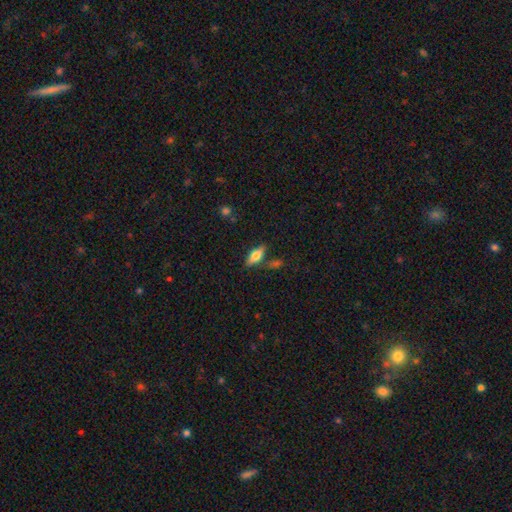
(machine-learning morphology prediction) A smooth galaxy with no disk features (57%) that is in between round and cigar-shaped (67%). Merging: none (74%).